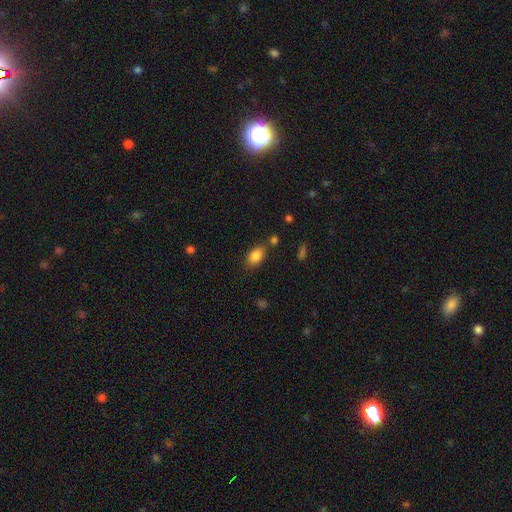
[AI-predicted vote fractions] This appears to be a smooth galaxy with no disk features (85%) that is in between round and cigar-shaped (88%). Merging: none (74%).